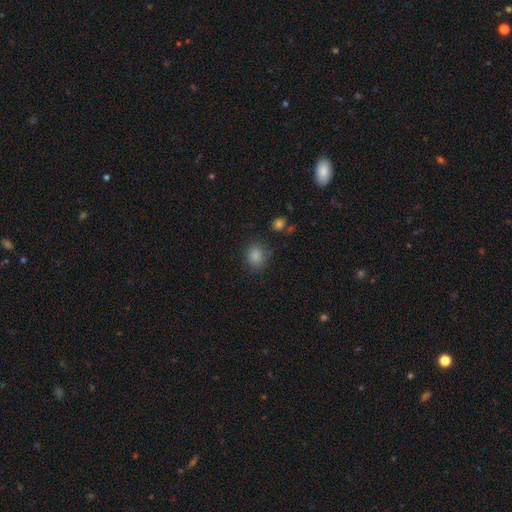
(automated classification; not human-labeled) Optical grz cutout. It shows a smooth galaxy with no disk features (85%) that is round (74%). Merging: none (80%).